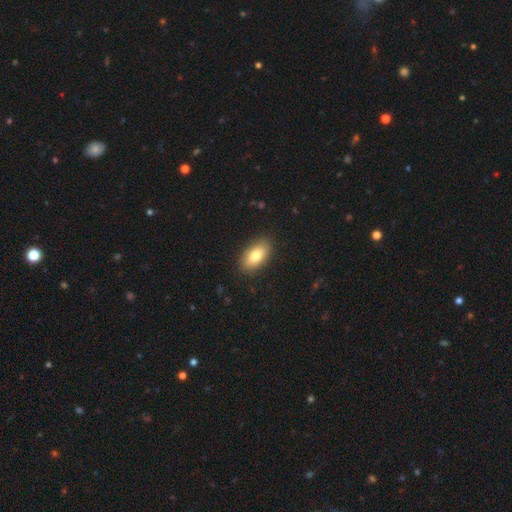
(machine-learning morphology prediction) Q: Smooth or featured?
A: smooth (80%); runner-up: featured or disk (13%)
Q: How rounded?
A: in between (91%); runner-up: round (4%)
Q: Merging?
A: none (88%); runner-up: minor disturbance (9%)